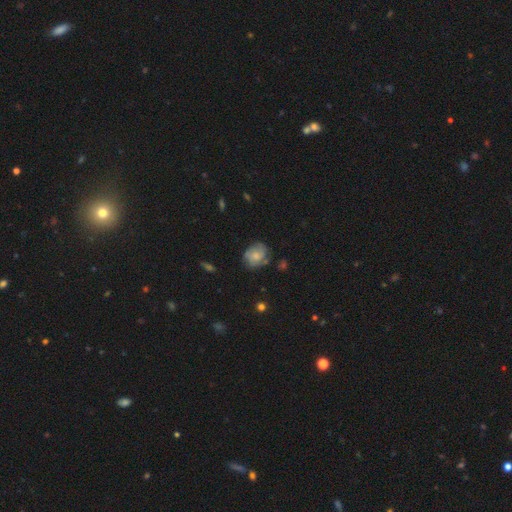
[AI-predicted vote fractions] smooth 47%, featured or disk 44%, star or artifact 9%. Down the decision tree: merging — none (67%).